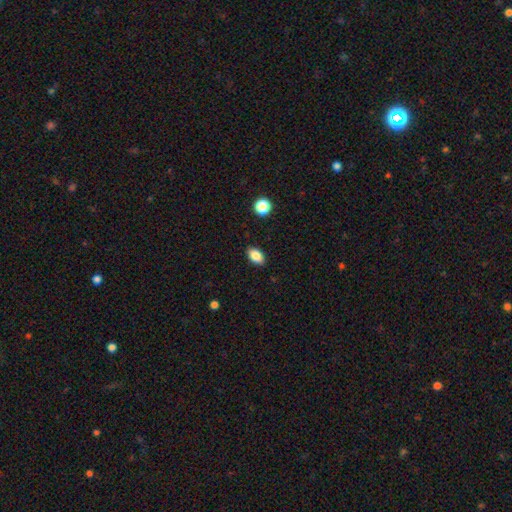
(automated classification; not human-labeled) Overall: smooth (85%). How rounded: in between (88%). Merging: none (89%).